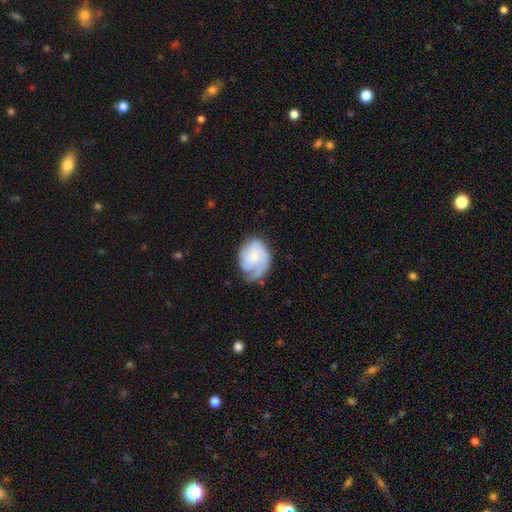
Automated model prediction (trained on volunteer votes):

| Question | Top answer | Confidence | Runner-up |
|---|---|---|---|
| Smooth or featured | featured or disk | 64% | smooth (29%) |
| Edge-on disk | no | 97% | yes (3%) |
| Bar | no | 73% | weak (24%) |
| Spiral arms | yes | 90% | no (10%) |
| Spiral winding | tight | 46% | medium (36%) |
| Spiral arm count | can't tell | 31% | 3 (23%) |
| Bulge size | small | 58% | moderate (23%) |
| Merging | none | 55% | minor disturbance (27%) |